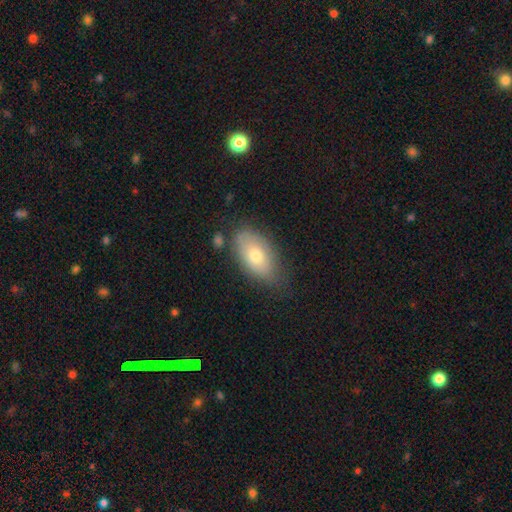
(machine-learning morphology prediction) A smooth galaxy with no disk features (70%) that is in between round and cigar-shaped (91%). Merging: none (67%).